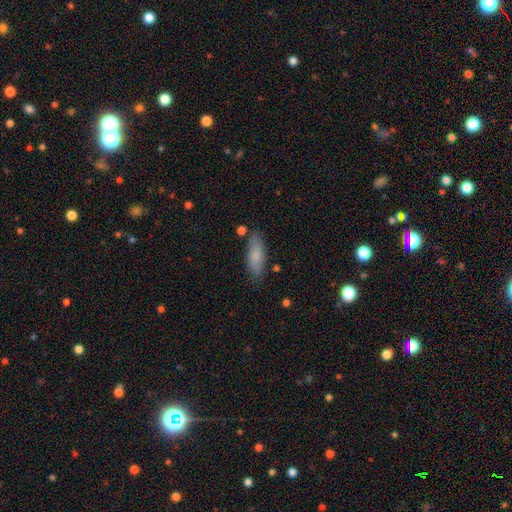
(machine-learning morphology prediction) smooth 76%, featured or disk 17%, star or artifact 7%. Down the decision tree: how rounded — in between (63%); merging — none (79%).